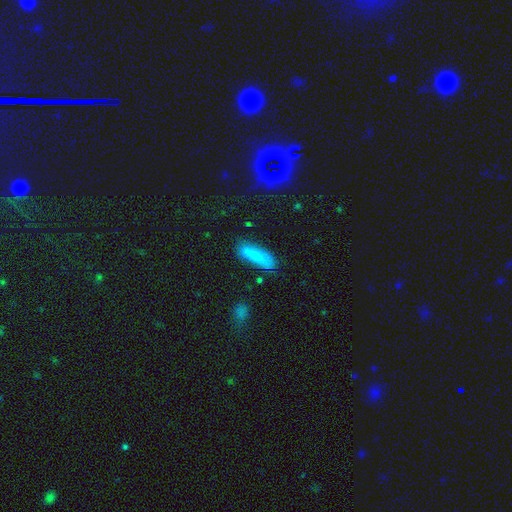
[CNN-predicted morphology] Smooth or featured? Predicted: smooth (p=0.78). How rounded? Predicted: cigar-shaped (p=0.58). Merging? Predicted: none (p=0.66).